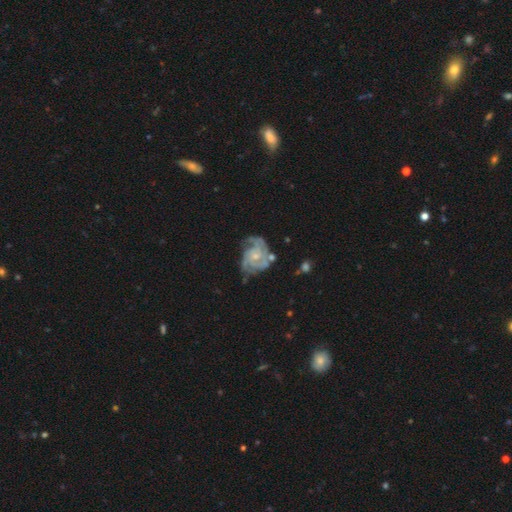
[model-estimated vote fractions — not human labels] smooth_or_featured: featured or disk (p=0.89) [alt: smooth p=0.07]
disk_edge_on: no (p=0.98) [alt: yes p=0.02]
bar: no (p=0.69) [alt: weak p=0.26]
has_spiral_arms: yes (p=0.97) [alt: no p=0.03]
spiral_winding: tight (p=0.64) [alt: medium p=0.31]
spiral_arm_count: 3 (p=0.36) [alt: 2 p=0.25]
bulge_size: small (p=0.64) [alt: moderate p=0.30]
merging: none (p=0.59) [alt: minor disturbance p=0.24]